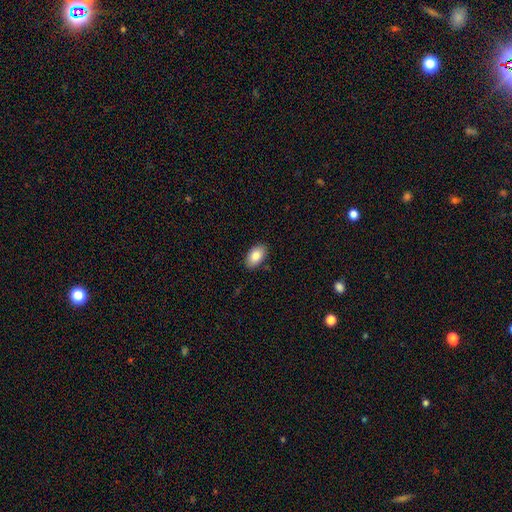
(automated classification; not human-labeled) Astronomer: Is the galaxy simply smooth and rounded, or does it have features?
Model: smooth — 85%.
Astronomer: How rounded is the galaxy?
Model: in between — 93%.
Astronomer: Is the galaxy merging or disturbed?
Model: none — 87%.